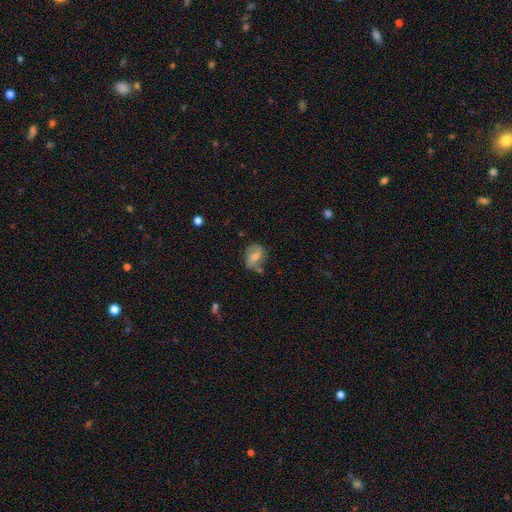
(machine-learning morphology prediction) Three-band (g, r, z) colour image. It shows a featured or disk galaxy (49%). Merging: none (60%).